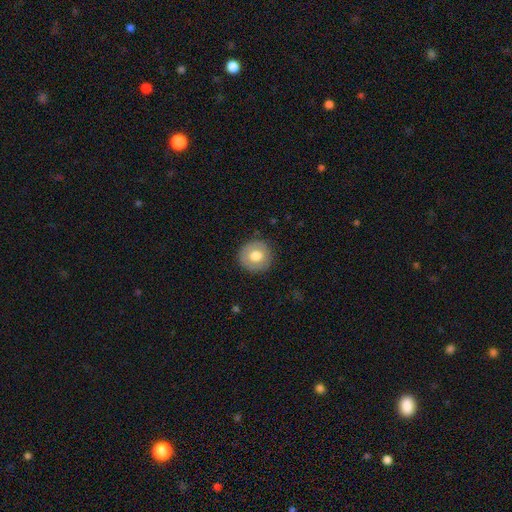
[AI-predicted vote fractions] smooth_or_featured: smooth (p=0.69) [alt: featured or disk p=0.24]
how_rounded: round (p=0.93) [alt: in between p=0.06]
merging: none (p=0.88) [alt: minor disturbance p=0.09]